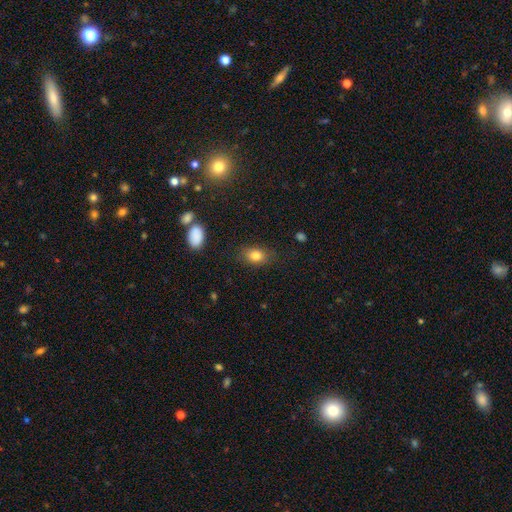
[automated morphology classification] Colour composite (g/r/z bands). It shows a smooth galaxy with no disk features (81%) that is in between round and cigar-shaped (75%). Merging: none (81%).